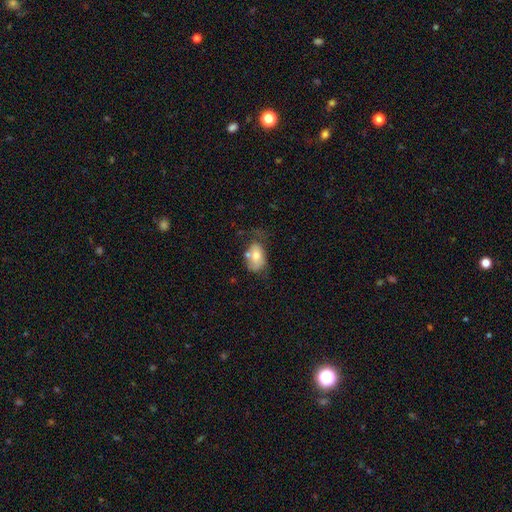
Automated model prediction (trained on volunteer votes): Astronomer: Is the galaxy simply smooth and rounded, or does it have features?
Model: smooth — 71%.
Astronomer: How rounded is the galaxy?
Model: in between — 87%.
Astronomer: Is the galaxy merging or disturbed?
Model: none — 38% (runner-up: minor disturbance, 30%).